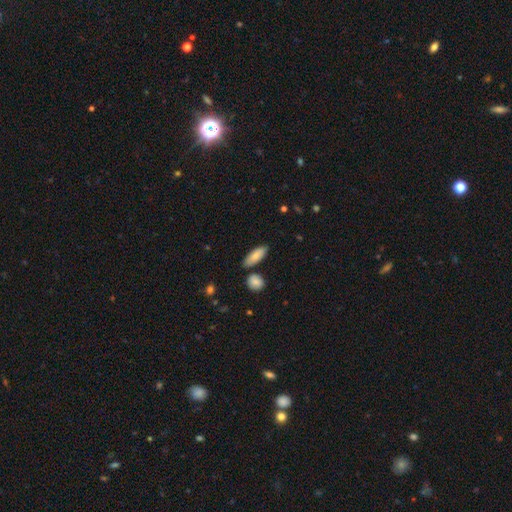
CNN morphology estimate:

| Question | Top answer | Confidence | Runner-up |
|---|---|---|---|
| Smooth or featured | smooth | 81% | featured or disk (13%) |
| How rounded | in between | 69% | cigar-shaped (28%) |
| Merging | none | 80% | minor disturbance (11%) |